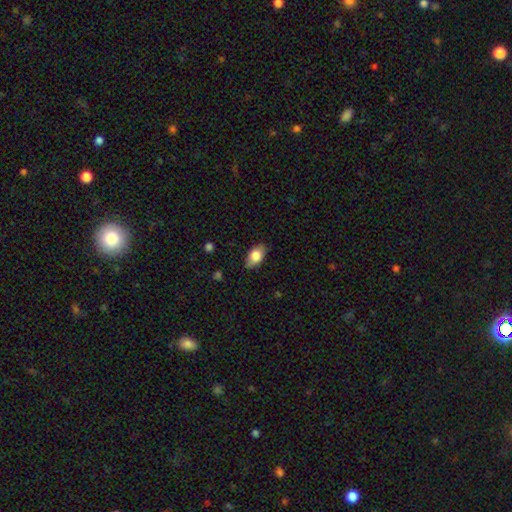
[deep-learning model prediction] Smooth or featured? smooth (80%)
How rounded? in between (90%)
Merging? none (81%)